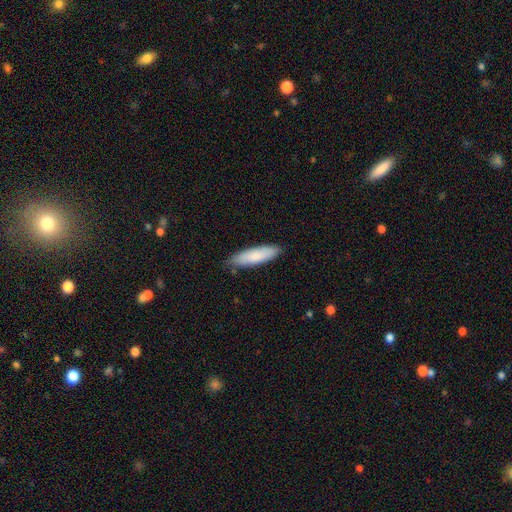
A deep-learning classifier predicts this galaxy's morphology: Q: Smooth or featured?
A: smooth (81%); runner-up: featured or disk (13%)
Q: How rounded?
A: cigar-shaped (59%); runner-up: in between (39%)
Q: Merging?
A: none (81%); runner-up: minor disturbance (15%)